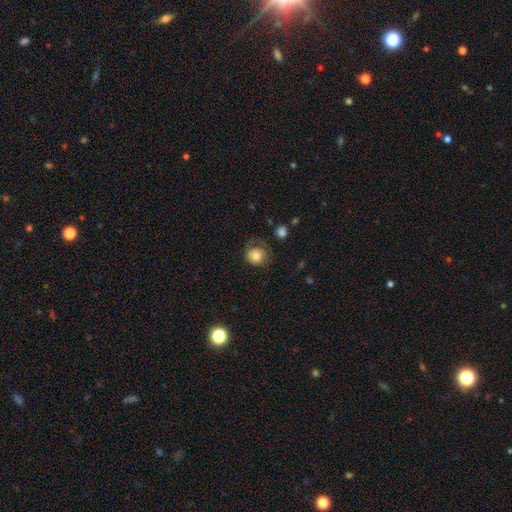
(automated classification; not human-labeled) smooth-or-featured: smooth: 82% | star or artifact: 9% | featured or disk: 9%
  how-rounded: round: 86% | in between: 13% | cigar-shaped: 1%
  merging: none: 61% | minor disturbance: 23% | major disturbance: 13% | merger: 2%